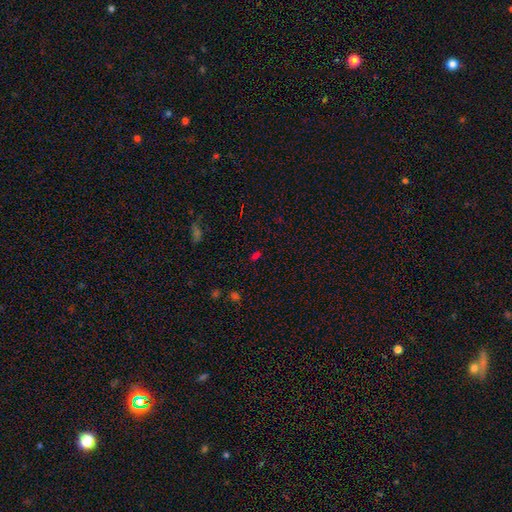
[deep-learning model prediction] Smooth or featured?
  - smooth: 49% *
  - star or artifact: 44%
  - featured or disk: 7%
Merging?
  - none: 74% *
  - minor disturbance: 14%
  - major disturbance: 6%
  - merger: 6%